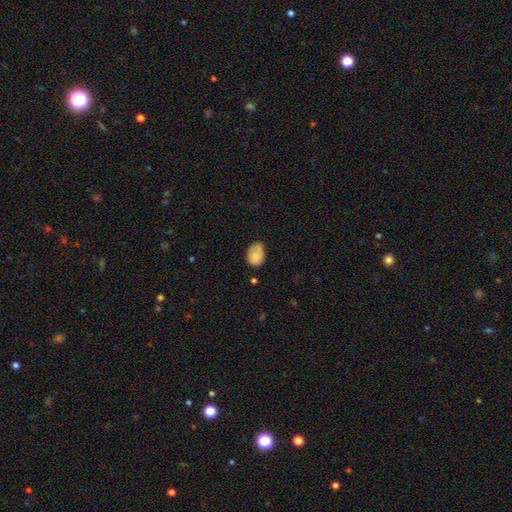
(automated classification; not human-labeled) Smooth or featured? Predicted: smooth (p=0.81). How rounded? Predicted: in between (p=0.72). Merging? Predicted: none (p=0.49).